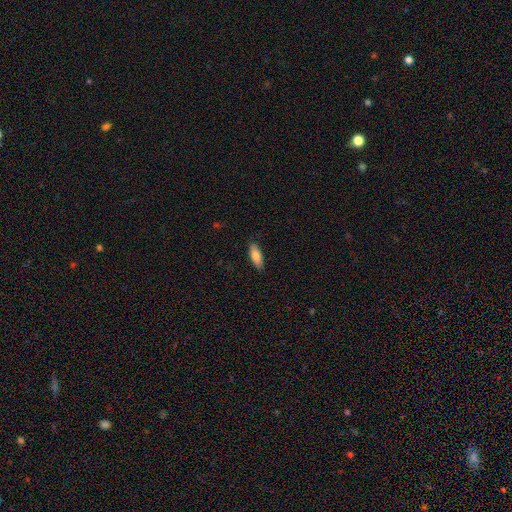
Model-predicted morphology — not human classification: Q: Smooth or featured?
A: smooth (82%); runner-up: featured or disk (12%)
Q: How rounded?
A: in between (65%); runner-up: cigar-shaped (33%)
Q: Merging?
A: none (86%); runner-up: minor disturbance (11%)